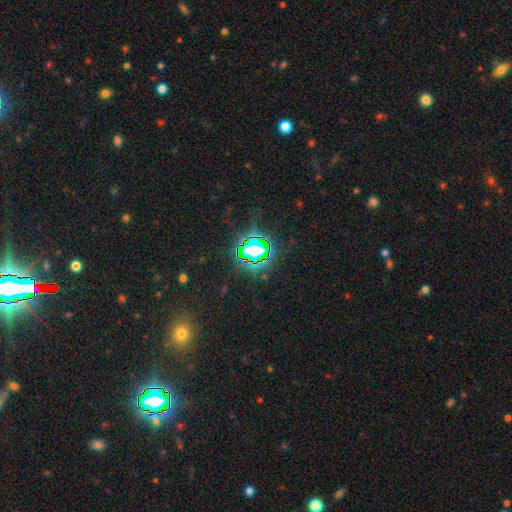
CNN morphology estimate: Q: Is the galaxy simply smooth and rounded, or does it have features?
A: star or artifact — 81%.